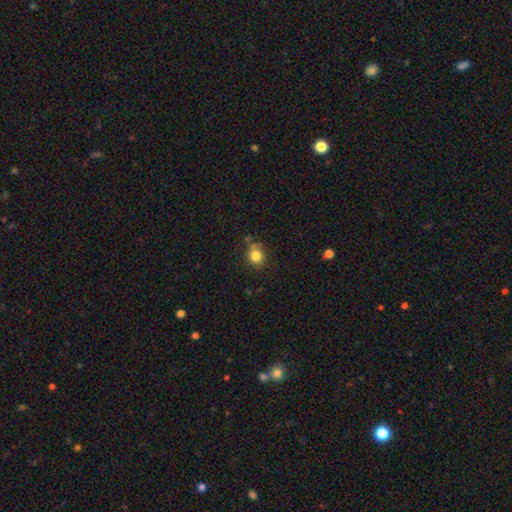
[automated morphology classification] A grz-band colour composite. It shows a smooth galaxy with no disk features (82%) that is round (83%). Merging: none (73%).